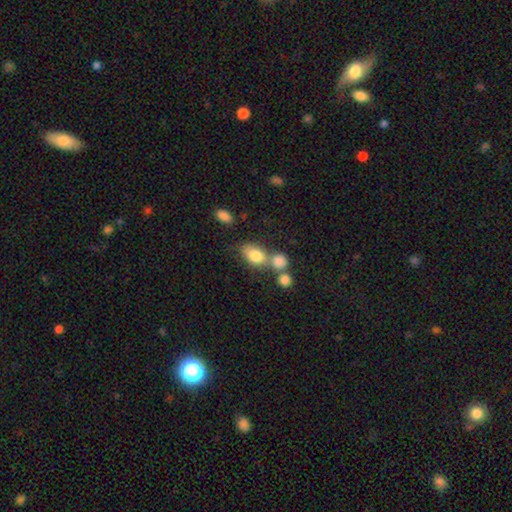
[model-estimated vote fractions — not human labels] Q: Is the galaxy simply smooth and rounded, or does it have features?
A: smooth — 80%.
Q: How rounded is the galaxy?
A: in between — 78%.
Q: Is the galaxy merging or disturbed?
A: merger — 42%.